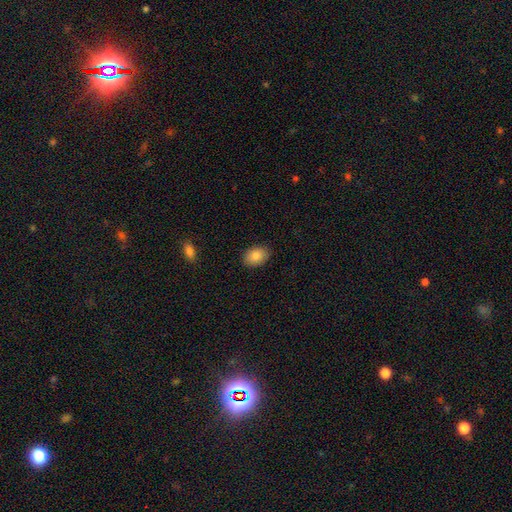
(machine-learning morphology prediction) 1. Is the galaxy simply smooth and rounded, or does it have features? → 85% smooth, 8% star or artifact, 8% featured or disk.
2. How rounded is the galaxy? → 81% in between, 18% round, 1% cigar-shaped.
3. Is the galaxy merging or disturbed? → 88% none, 9% minor disturbance, 2% major disturbance, 1% merger.